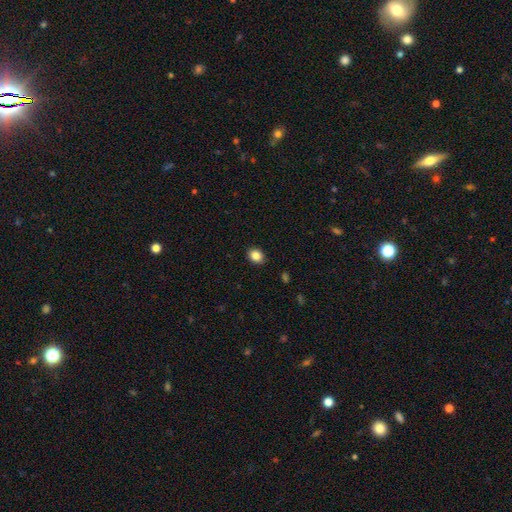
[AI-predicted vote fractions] smooth_or_featured: smooth (p=0.86) [alt: star or artifact p=0.10]
how_rounded: in between (p=0.52) [alt: round p=0.47]
merging: none (p=0.90) [alt: minor disturbance p=0.07]